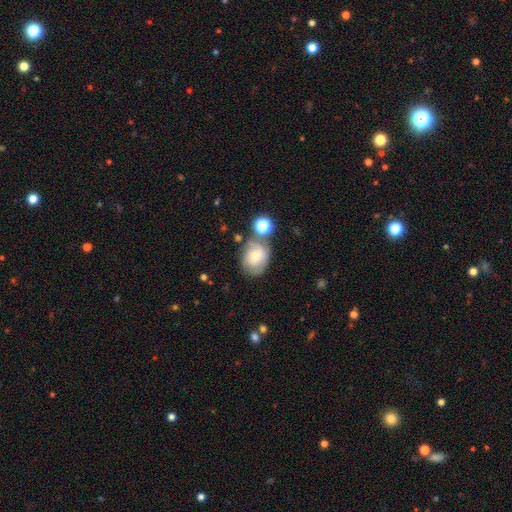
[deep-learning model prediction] Smooth or featured: smooth — 54% (featured or disk — 36%)
How rounded: in between — 56% (round — 43%)
Merging: none — 50% (minor disturbance — 22%)